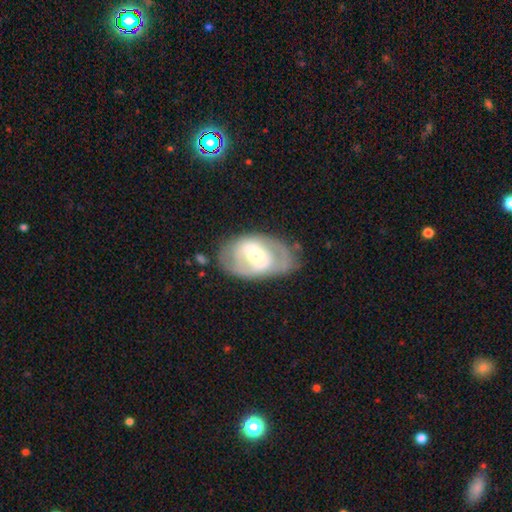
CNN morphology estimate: Smooth or featured? Predicted: featured or disk (p=0.67). Edge-on disk? Predicted: no (p=0.94). Bar? Predicted: no (p=0.40). Spiral arms? Predicted: yes (p=0.54). Bulge size? Predicted: moderate (p=0.62). Merging? Predicted: none (p=0.65).